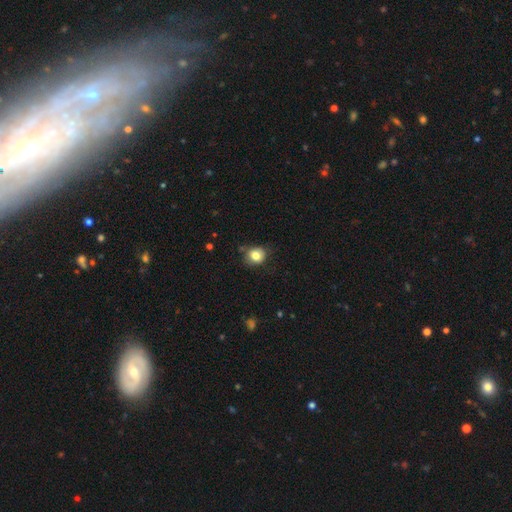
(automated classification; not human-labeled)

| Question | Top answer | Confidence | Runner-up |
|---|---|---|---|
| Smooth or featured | smooth | 81% | star or artifact (11%) |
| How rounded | round | 76% | in between (23%) |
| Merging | none | 75% | minor disturbance (19%) |